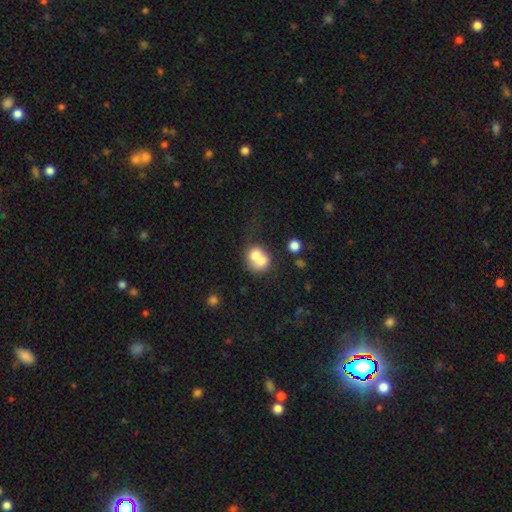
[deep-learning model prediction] smooth 66%, featured or disk 24%, star or artifact 10%. Down the decision tree: how rounded — round (67%); merging — merger (66%).